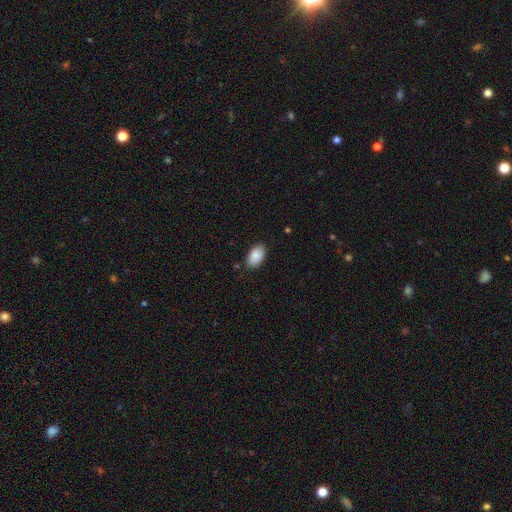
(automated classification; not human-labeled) Smooth or featured?
  - smooth: 89% *
  - star or artifact: 7%
  - featured or disk: 5%
How rounded?
  - in between: 93% *
  - round: 6%
  - cigar-shaped: 1%
Merging?
  - none: 84% *
  - minor disturbance: 13%
  - major disturbance: 2%
  - merger: 1%